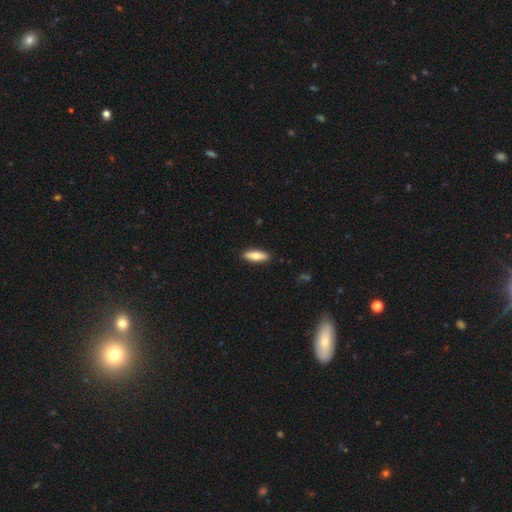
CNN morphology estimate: smooth-or-featured: smooth: 73% | featured or disk: 22% | star or artifact: 5%
  how-rounded: cigar-shaped: 52% | in between: 46% | round: 2%
  merging: none: 90% | minor disturbance: 8% | major disturbance: 2% | merger: 1%